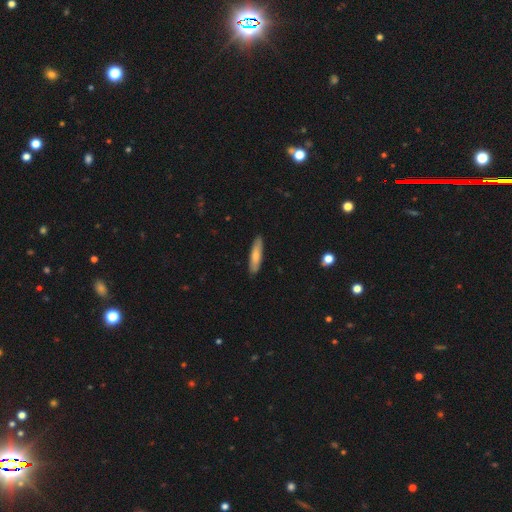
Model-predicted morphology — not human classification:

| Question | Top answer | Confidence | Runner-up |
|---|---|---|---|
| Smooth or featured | smooth | 72% | featured or disk (22%) |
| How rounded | cigar-shaped | 78% | in between (21%) |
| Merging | none | 90% | minor disturbance (8%) |